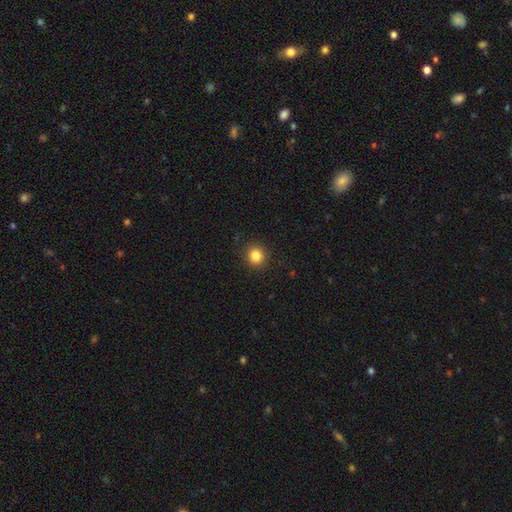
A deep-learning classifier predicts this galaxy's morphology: The model was most divided on "how rounded": round: 85%, in between: 14%, cigar-shaped: 1%. More confident: merging — none (91%); smooth or featured — smooth (84%).